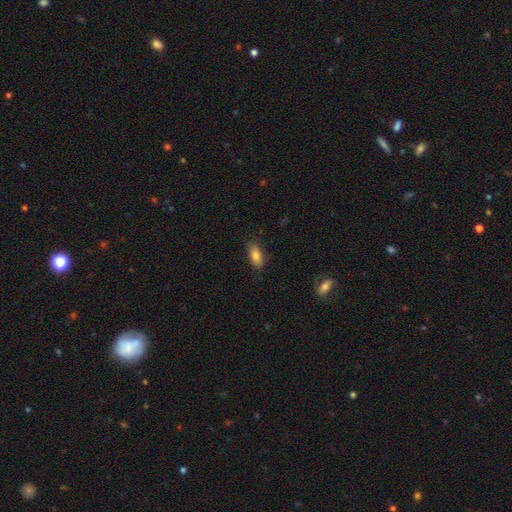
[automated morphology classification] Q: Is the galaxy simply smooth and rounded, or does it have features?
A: smooth — 81%.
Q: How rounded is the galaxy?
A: in between — 86%.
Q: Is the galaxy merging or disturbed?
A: none — 83%.